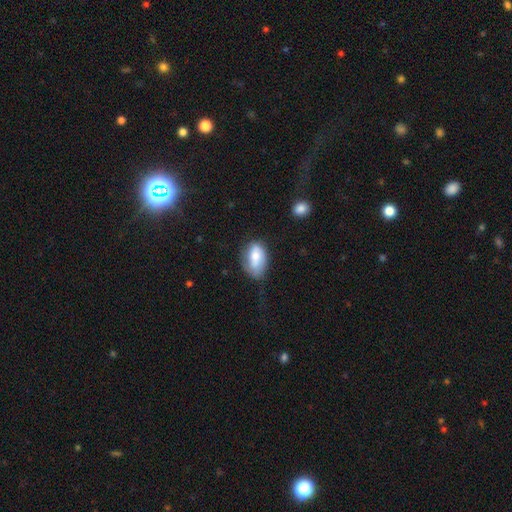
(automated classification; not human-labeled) Smooth or featured? smooth (70%)
How rounded? in between (90%)
Merging? none (51%)